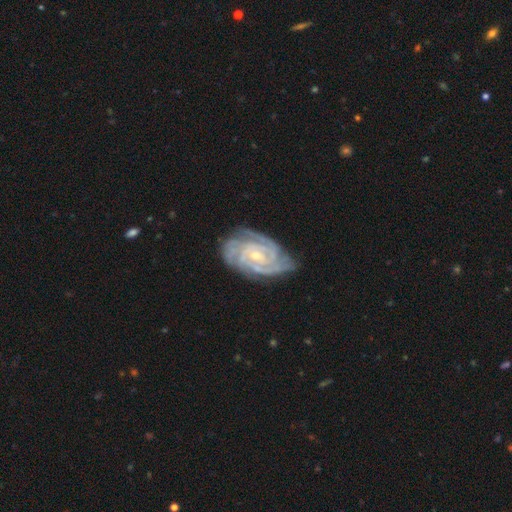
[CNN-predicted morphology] Smooth or featured: featured or disk — 91% (star or artifact — 5%)
Edge-on disk: no — 97% (yes — 3%)
Bar: no — 63% (weak — 28%)
Spiral arms: yes — 98% (no — 2%)
Spiral winding: tight — 78% (medium — 20%)
Spiral arm count: 3 — 30% (4 — 26%)
Bulge size: small — 68% (moderate — 29%)
Merging: none — 73% (minor disturbance — 20%)